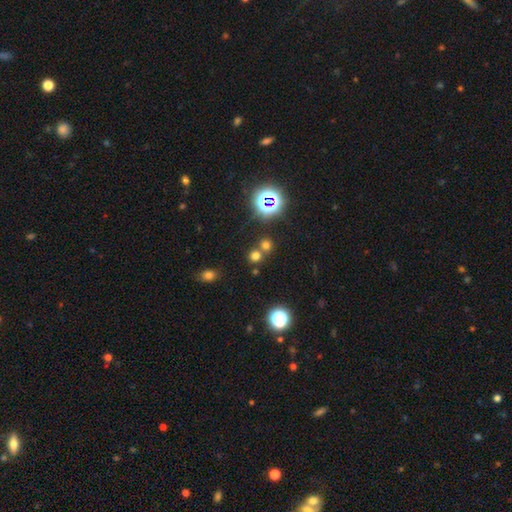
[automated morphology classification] smooth_or_featured: smooth (p=0.61) [alt: star or artifact p=0.31]
how_rounded: round (p=0.88) [alt: in between p=0.11]
merging: none (p=0.59) [alt: merger p=0.32]